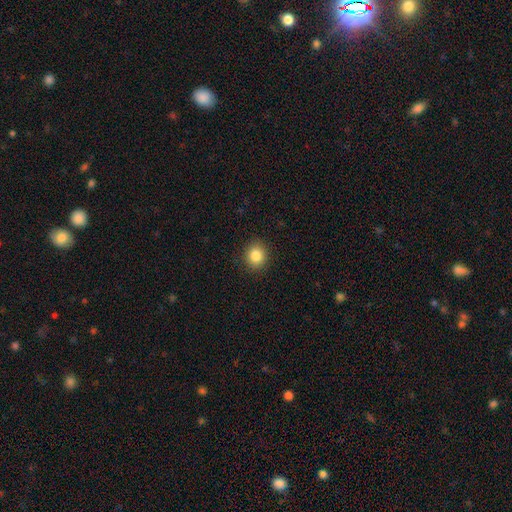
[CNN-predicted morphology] A smooth galaxy with no disk features (85%) that is round (77%). Merging: none (90%).